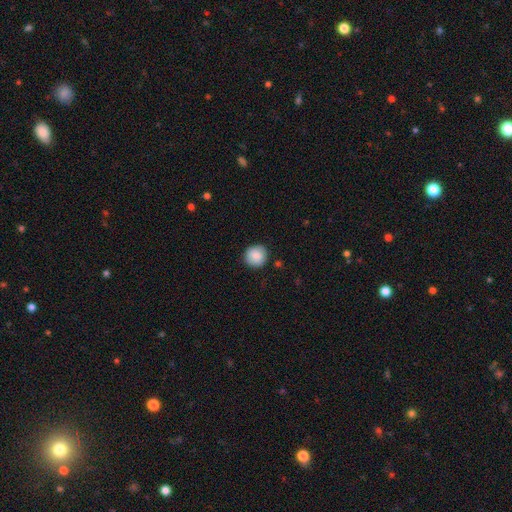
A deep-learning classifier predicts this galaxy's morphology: smooth_or_featured: smooth (p=0.86) [alt: star or artifact p=0.08]
how_rounded: round (p=0.91) [alt: in between p=0.08]
merging: none (p=0.88) [alt: minor disturbance p=0.08]